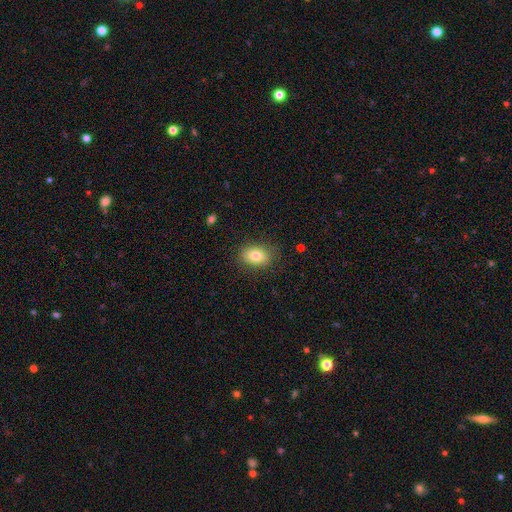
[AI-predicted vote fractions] Morphology: type=smooth (81%); roundness=in between (80%); merging=none (82%).